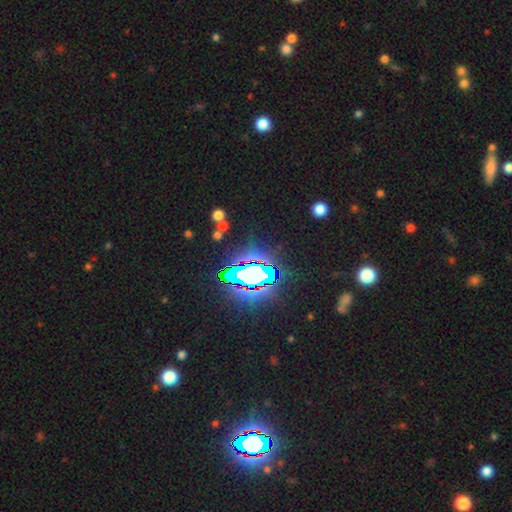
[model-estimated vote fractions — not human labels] This is clearly a star or artifact rather than a galaxy (83%).